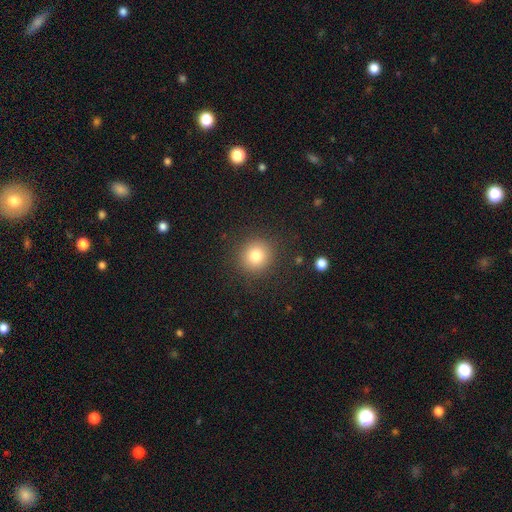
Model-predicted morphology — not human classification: Smooth or featured?
  - smooth: 80% *
  - star or artifact: 12%
  - featured or disk: 8%
How rounded?
  - round: 91% *
  - in between: 8%
  - cigar-shaped: 1%
Merging?
  - none: 89% *
  - minor disturbance: 7%
  - major disturbance: 3%
  - merger: 1%